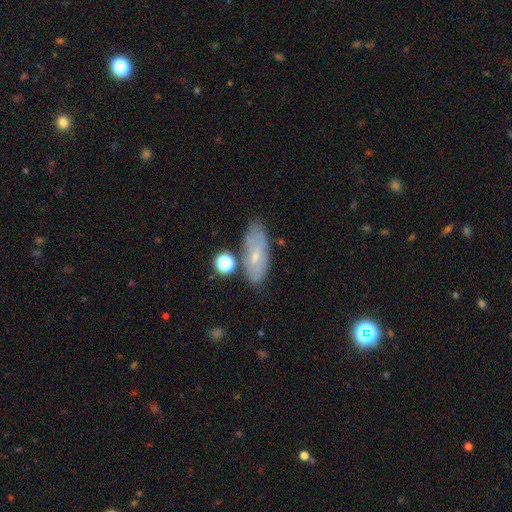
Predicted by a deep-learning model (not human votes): Smooth or featured?
  - smooth: 51% *
  - featured or disk: 39%
  - star or artifact: 10%
How rounded?
  - in between: 73% *
  - cigar-shaped: 22%
  - round: 4%
Merging?
  - none: 71% *
  - minor disturbance: 18%
  - merger: 6%
  - major disturbance: 5%